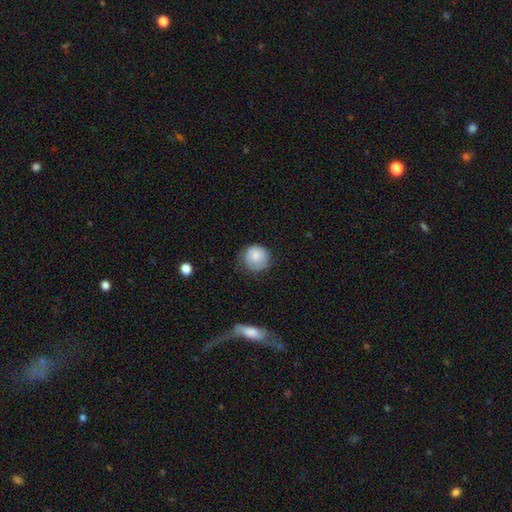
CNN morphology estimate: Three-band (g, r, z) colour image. It shows a smooth galaxy with no disk features (77%) that is round (90%). Merging: none (69%).